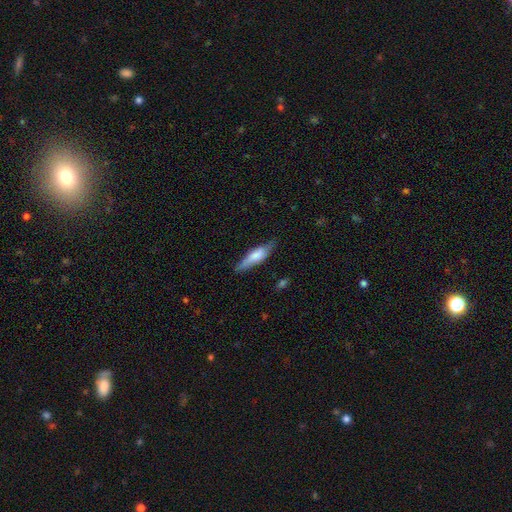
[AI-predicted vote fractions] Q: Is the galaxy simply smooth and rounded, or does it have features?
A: smooth — 63%.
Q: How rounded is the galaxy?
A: cigar-shaped — 63%.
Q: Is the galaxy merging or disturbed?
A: none — 72%.